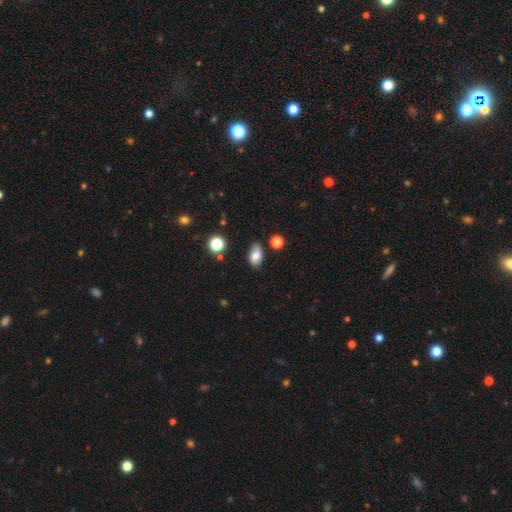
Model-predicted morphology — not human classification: This is likely a smooth galaxy (79%). How rounded: clearly in between (89%). Merging: likely none (73%).